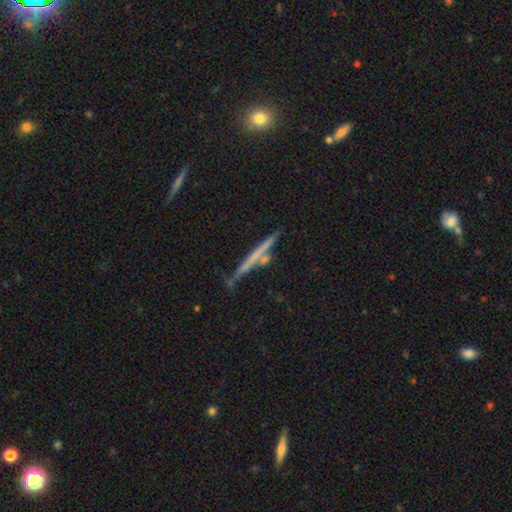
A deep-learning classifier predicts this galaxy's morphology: Smooth or featured? featured or disk (54%)
Edge-on disk? yes (96%)
Edge-on bulge? none (83%)
Merging? none (76%)